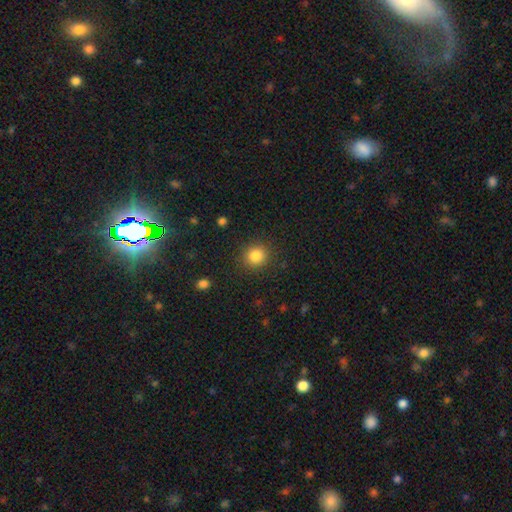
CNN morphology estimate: Smooth or featured?
  - smooth: 84% *
  - star or artifact: 11%
  - featured or disk: 5%
How rounded?
  - round: 89% *
  - in between: 10%
  - cigar-shaped: 1%
Merging?
  - none: 90% *
  - minor disturbance: 7%
  - major disturbance: 3%
  - merger: 1%